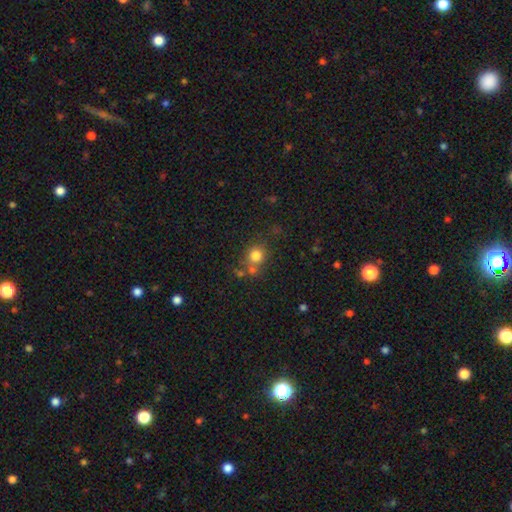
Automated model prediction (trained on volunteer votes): The model was most divided on "merging": none: 62%, merger: 19%, minor disturbance: 13%, major disturbance: 6%. More confident: how rounded — round (85%); smooth or featured — smooth (79%).